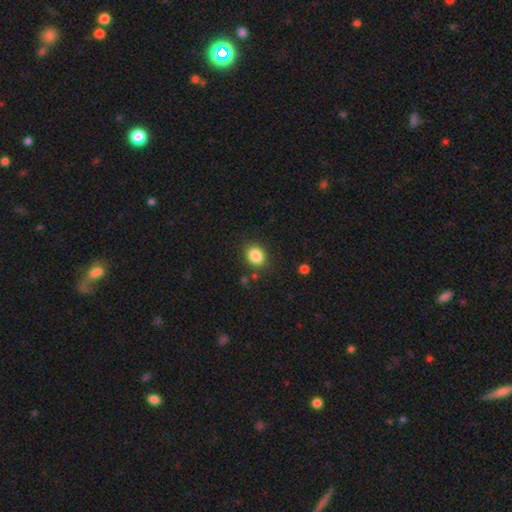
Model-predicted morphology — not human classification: A smooth galaxy with no disk features (86%) that is in between round and cigar-shaped (51%). Merging: none (84%).